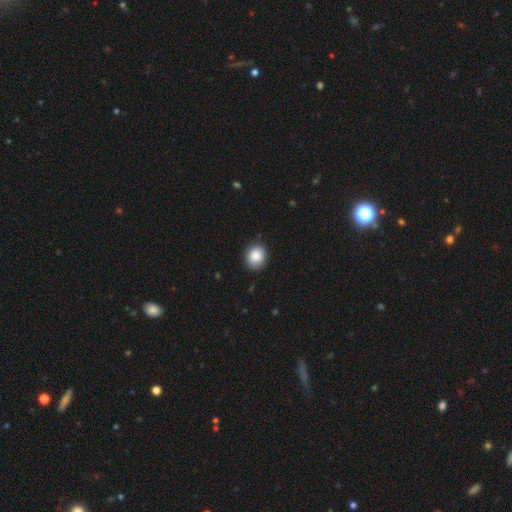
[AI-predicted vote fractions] Smooth or featured? Predicted: smooth (p=0.88). How rounded? Predicted: round (p=0.61). Merging? Predicted: none (p=0.80).